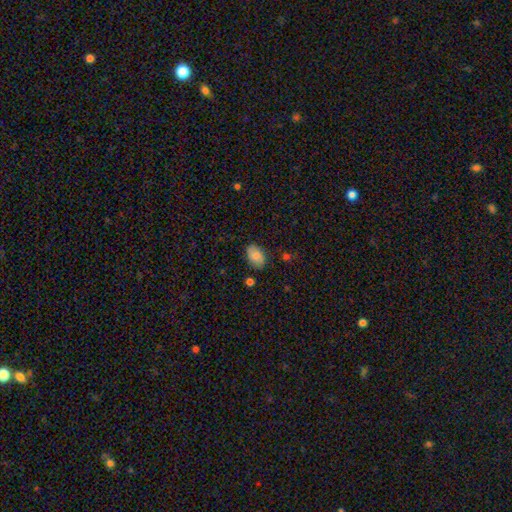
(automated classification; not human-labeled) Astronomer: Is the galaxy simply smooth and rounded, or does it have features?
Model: smooth — 78%.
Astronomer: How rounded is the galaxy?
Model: in between — 89%.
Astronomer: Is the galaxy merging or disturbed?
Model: none — 80%.